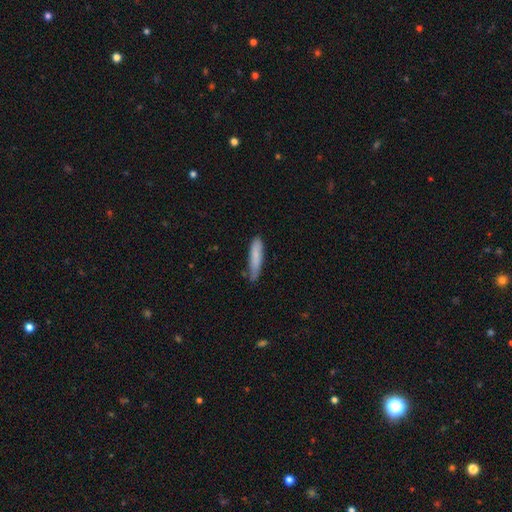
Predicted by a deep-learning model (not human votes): Smooth or featured?
  - smooth: 79% *
  - featured or disk: 15%
  - star or artifact: 6%
How rounded?
  - cigar-shaped: 86% *
  - in between: 13%
  - round: 1%
Merging?
  - none: 67% *
  - minor disturbance: 26%
  - major disturbance: 4%
  - merger: 3%